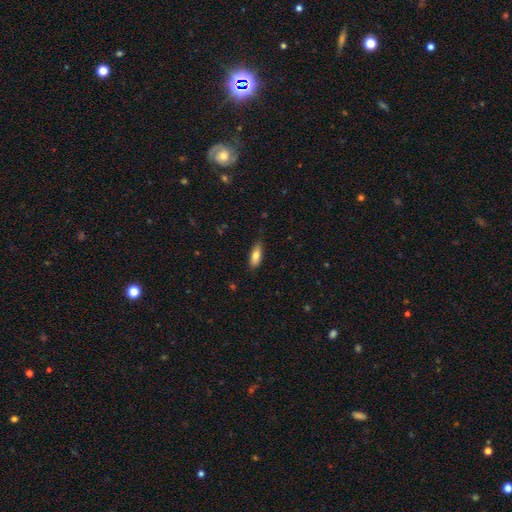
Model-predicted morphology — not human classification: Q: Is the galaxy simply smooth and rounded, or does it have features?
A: smooth — 78%.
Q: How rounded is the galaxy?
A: in between — 68%.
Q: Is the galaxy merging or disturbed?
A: none — 81%.